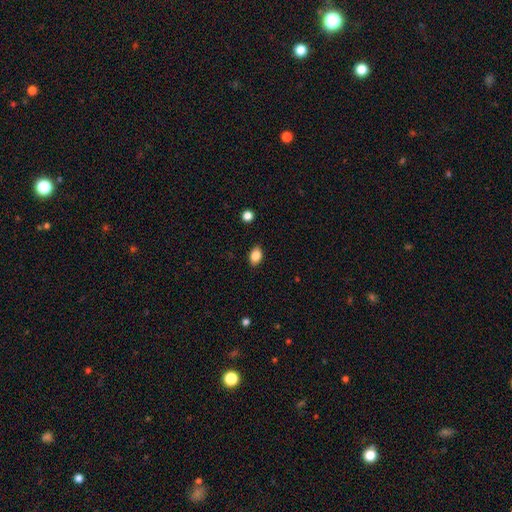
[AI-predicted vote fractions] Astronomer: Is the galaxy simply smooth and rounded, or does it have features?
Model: smooth — 85%.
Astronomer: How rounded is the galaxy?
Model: in between — 83%.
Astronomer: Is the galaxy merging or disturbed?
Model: none — 87%.